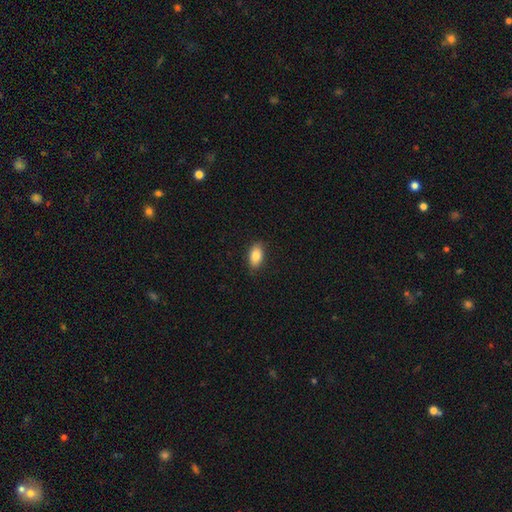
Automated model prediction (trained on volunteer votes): Smooth or featured? Predicted: smooth (p=0.84). How rounded? Predicted: in between (p=0.91). Merging? Predicted: none (p=0.87).